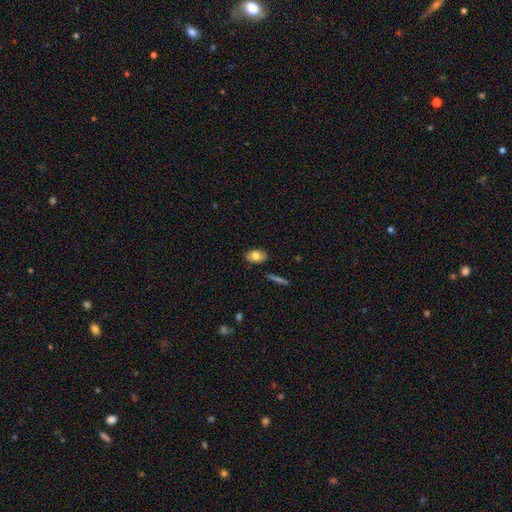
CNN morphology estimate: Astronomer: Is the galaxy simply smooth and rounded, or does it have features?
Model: smooth — 74%.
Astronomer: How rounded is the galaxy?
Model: in between — 86%.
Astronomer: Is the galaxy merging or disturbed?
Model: none — 85%.